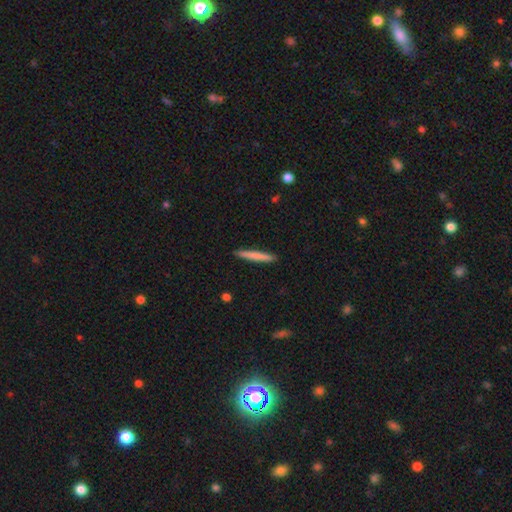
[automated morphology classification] A smooth galaxy with no disk features (74%) that is cigar-shaped (96%). Merging: none (92%).